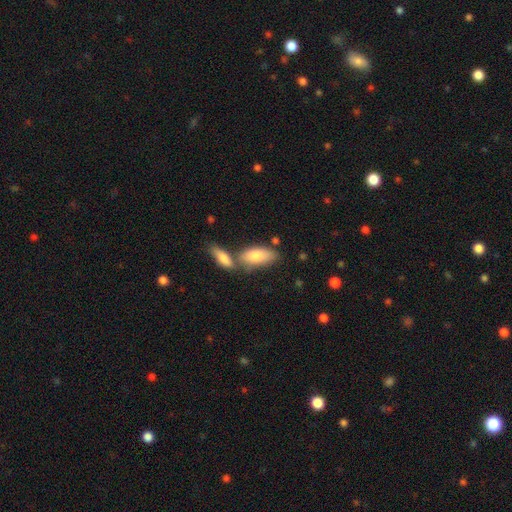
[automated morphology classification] Overall: smooth (82%). How rounded: in between (82%). Merging: none (46%; merger 37%).